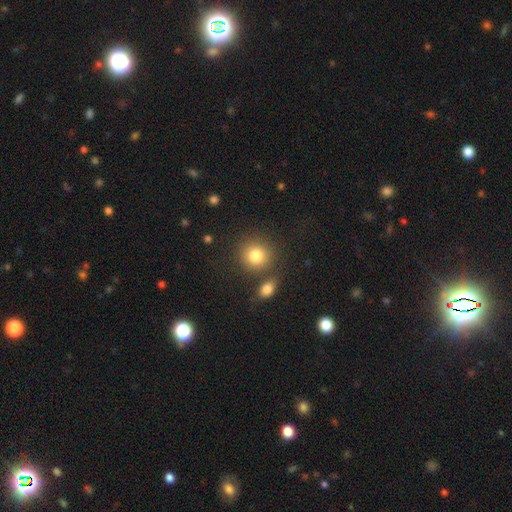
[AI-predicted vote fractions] Morphology: type=smooth (82%); roundness=round (88%); merging=none (75%).